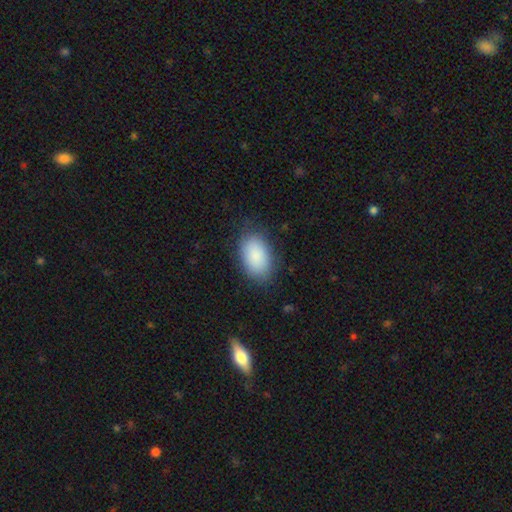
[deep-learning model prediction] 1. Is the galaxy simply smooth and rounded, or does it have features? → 88% smooth, 6% star or artifact, 6% featured or disk.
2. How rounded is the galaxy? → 92% in between, 7% round, 1% cigar-shaped.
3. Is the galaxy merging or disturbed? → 81% none, 14% minor disturbance, 4% major disturbance, 1% merger.